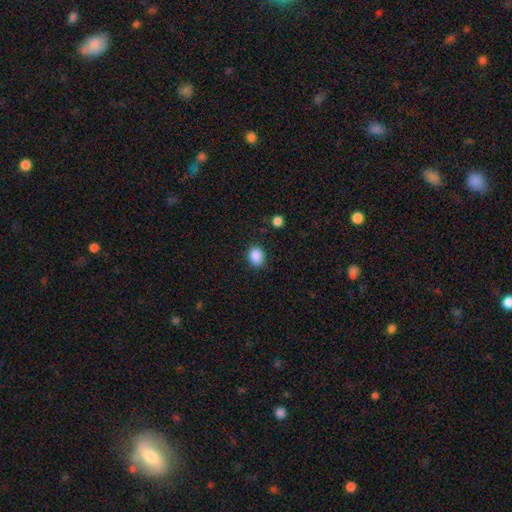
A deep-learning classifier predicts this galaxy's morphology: Smooth or featured: smooth — 88% (star or artifact — 9%)
How rounded: in between — 53% (round — 46%)
Merging: none — 87% (minor disturbance — 9%)